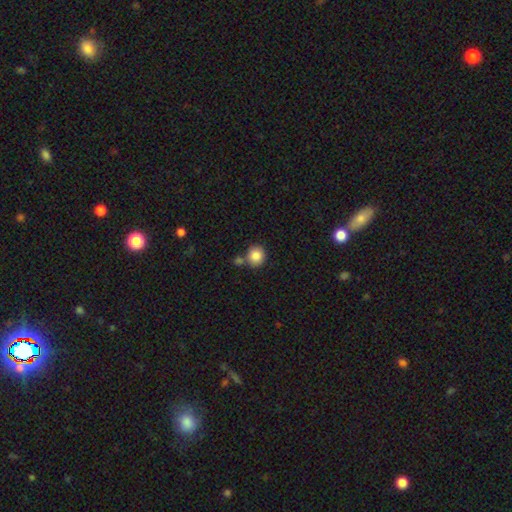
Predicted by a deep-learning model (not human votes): This appears to be a smooth galaxy with no disk features (86%) that is round (86%). Merging: none (67%).